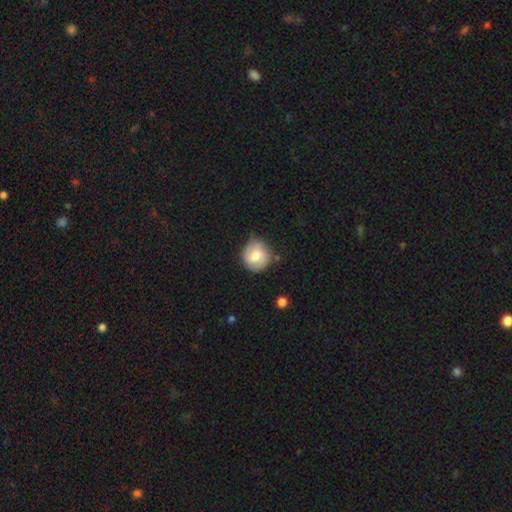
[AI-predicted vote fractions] Morphology: type=smooth (59%); roundness=round (83%); merging=none (69%).